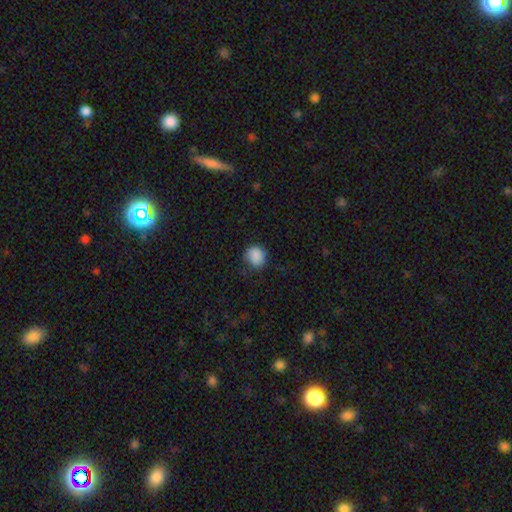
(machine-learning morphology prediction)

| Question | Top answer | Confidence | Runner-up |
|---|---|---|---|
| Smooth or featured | smooth | 87% | star or artifact (9%) |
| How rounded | round | 79% | in between (20%) |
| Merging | none | 74% | minor disturbance (20%) |